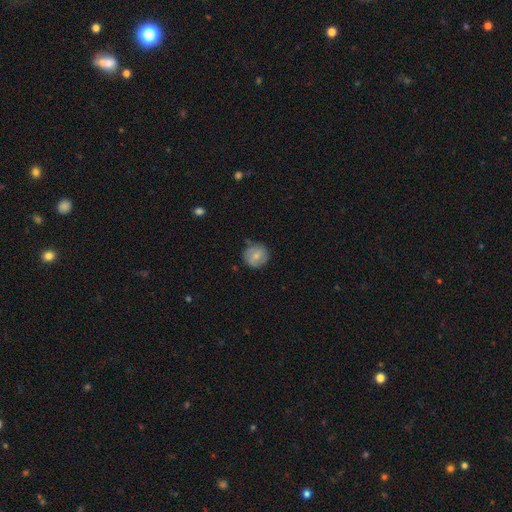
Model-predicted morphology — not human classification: A smooth galaxy with no disk features (69%) that is round (91%).

Vote fractions:
- Smooth or featured? smooth: 69% / featured or disk: 24% / star or artifact: 7%
- How rounded? round: 91% / in between: 8% / cigar-shaped: 1%
- Merging? none: 76% / minor disturbance: 18% / major disturbance: 4% / merger: 2%